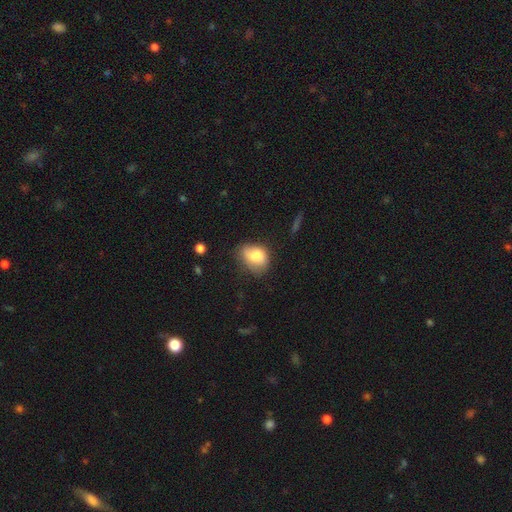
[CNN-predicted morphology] Q: Smooth or featured?
A: smooth (78%); runner-up: featured or disk (14%)
Q: How rounded?
A: in between (70%); runner-up: round (29%)
Q: Merging?
A: none (44%); runner-up: minor disturbance (34%)